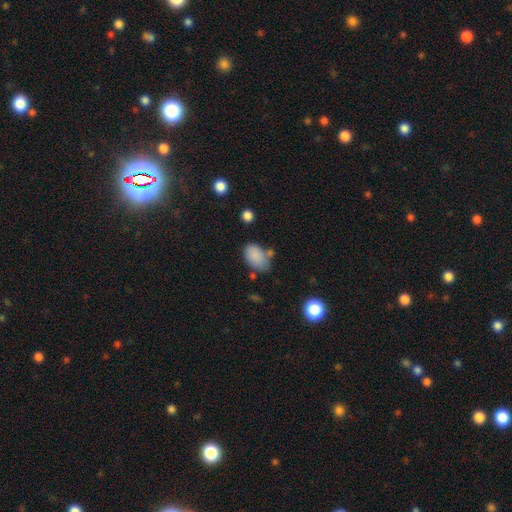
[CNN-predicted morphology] Q: Smooth or featured?
A: smooth (85%); runner-up: star or artifact (9%)
Q: How rounded?
A: in between (88%); runner-up: round (10%)
Q: Merging?
A: none (61%); runner-up: minor disturbance (22%)